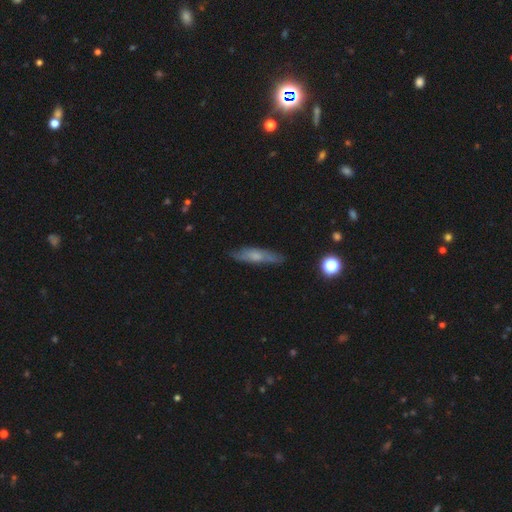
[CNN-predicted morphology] Q: Smooth or featured?
A: smooth (54%); runner-up: featured or disk (38%)
Q: How rounded?
A: cigar-shaped (75%); runner-up: in between (22%)
Q: Merging?
A: none (77%); runner-up: minor disturbance (17%)